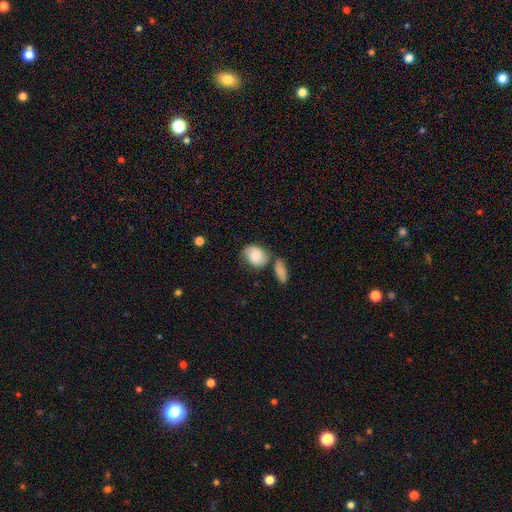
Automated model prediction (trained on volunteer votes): A smooth galaxy with no disk features (52%) that is in between round and cigar-shaped (62%).

Vote fractions:
- Smooth or featured? smooth: 52% / featured or disk: 40% / star or artifact: 8%
- How rounded? in between: 62% / round: 36% / cigar-shaped: 2%
- Merging? none: 49% / minor disturbance: 22% / merger: 20% / major disturbance: 8%